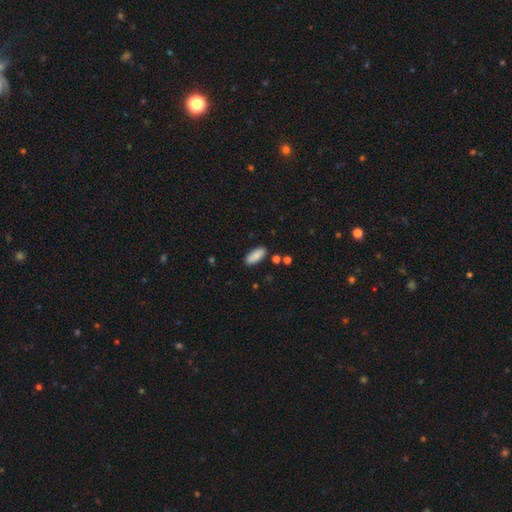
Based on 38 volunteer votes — Volunteers were most divided on "how rounded": in between: 82%, cigar-shaped: 18%, round: 0%. More confident: merging — none (97%); smooth or featured — smooth (89%).